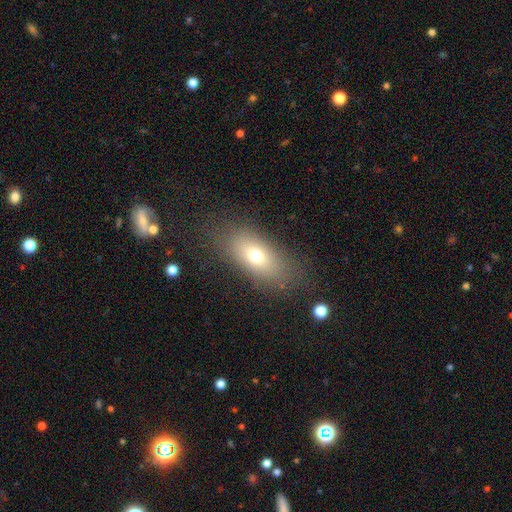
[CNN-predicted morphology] The model was most divided on "smooth or featured": smooth: 69%, featured or disk: 20%, star or artifact: 11%. More confident: how rounded — in between (81%); merging — none (78%).